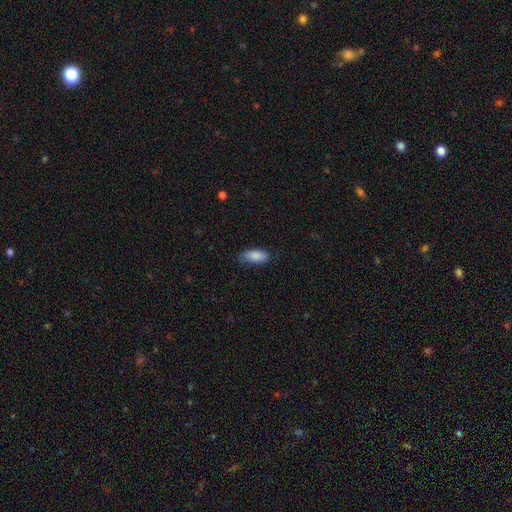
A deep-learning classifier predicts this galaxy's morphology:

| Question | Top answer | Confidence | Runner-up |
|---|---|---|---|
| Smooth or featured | smooth | 86% | featured or disk (7%) |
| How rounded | in between | 85% | cigar-shaped (13%) |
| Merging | none | 74% | minor disturbance (21%) |